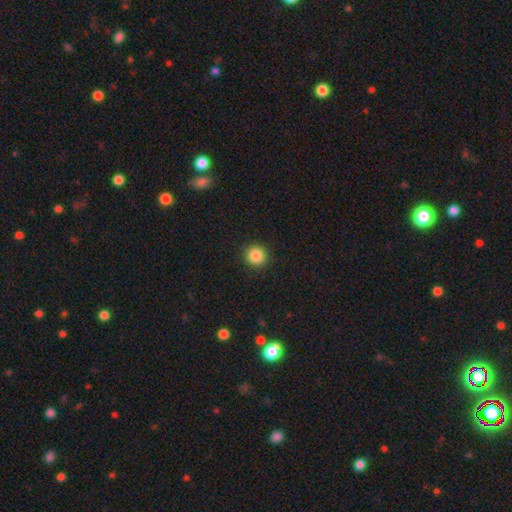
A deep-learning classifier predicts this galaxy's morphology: smooth 86%, star or artifact 10%, featured or disk 4%. Down the decision tree: how rounded — round (94%); merging — none (92%).